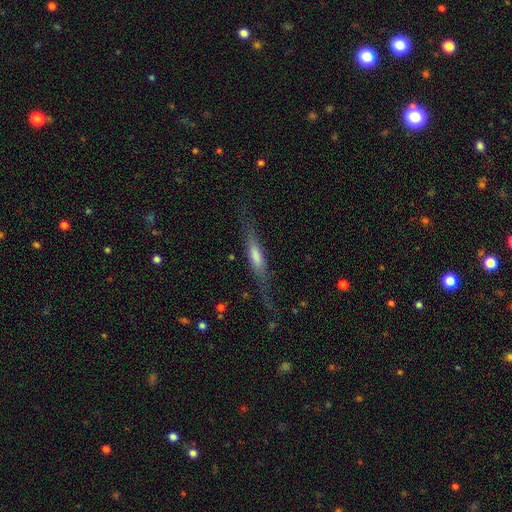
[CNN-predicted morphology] type=featured or disk (57%); edge-on=yes (89%); edge-on bulge=rounded (37%); merging=none (70%).